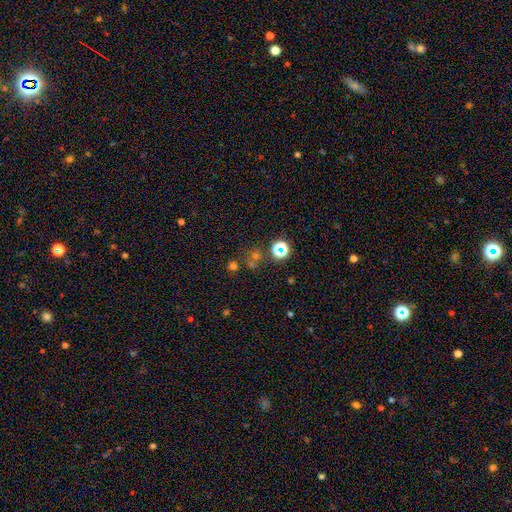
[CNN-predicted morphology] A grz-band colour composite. It shows a star or artifact, not a galaxy (53%).